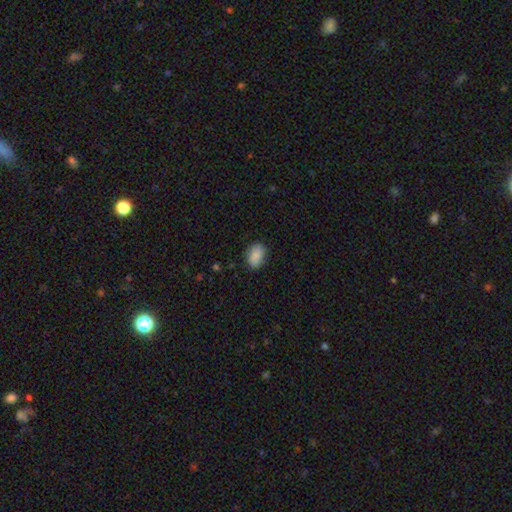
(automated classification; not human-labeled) Smooth or featured?
  - smooth: 87% *
  - star or artifact: 7%
  - featured or disk: 6%
How rounded?
  - in between: 85% *
  - round: 14%
  - cigar-shaped: 1%
Merging?
  - none: 83% *
  - minor disturbance: 13%
  - major disturbance: 3%
  - merger: 1%